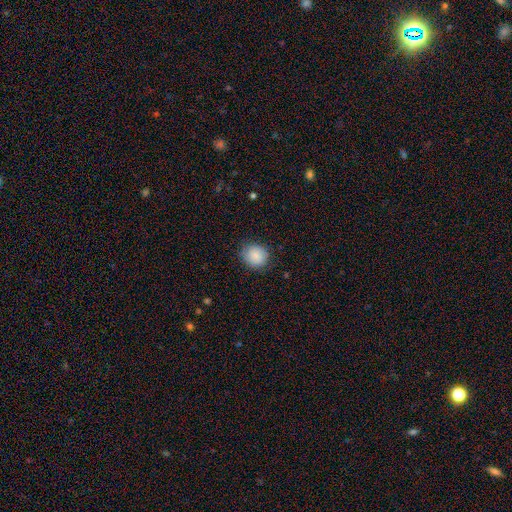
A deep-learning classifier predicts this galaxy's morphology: A smooth galaxy with no disk features (87%) that is round (81%). Merging: none (82%).